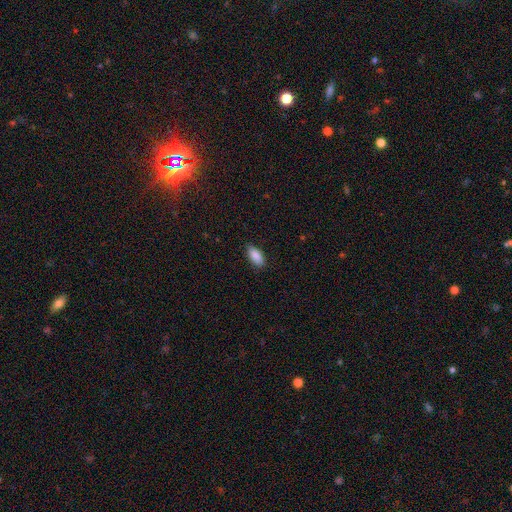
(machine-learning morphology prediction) A smooth galaxy with no disk features (89%) that is in between round and cigar-shaped (90%). Merging: none (85%).